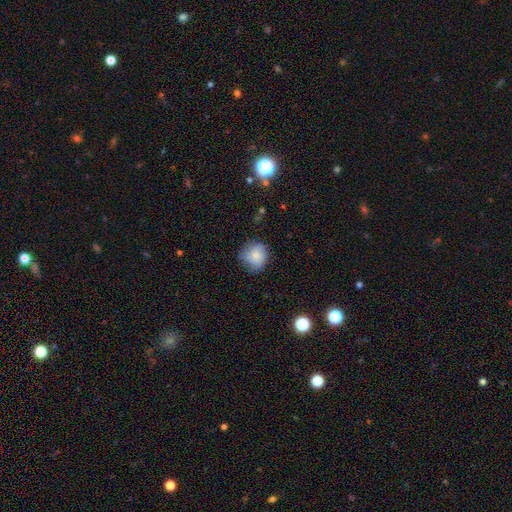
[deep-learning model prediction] smooth-or-featured: smooth: 70% | featured or disk: 21% | star or artifact: 8%
  how-rounded: round: 83% | in between: 16% | cigar-shaped: 1%
  merging: none: 66% | minor disturbance: 25% | major disturbance: 7% | merger: 1%